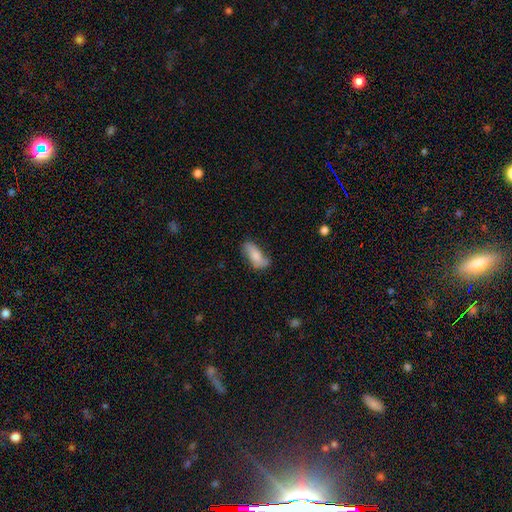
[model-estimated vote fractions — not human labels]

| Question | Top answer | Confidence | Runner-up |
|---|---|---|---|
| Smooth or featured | smooth | 68% | featured or disk (25%) |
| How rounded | in between | 77% | cigar-shaped (21%) |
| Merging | none | 60% | minor disturbance (28%) |